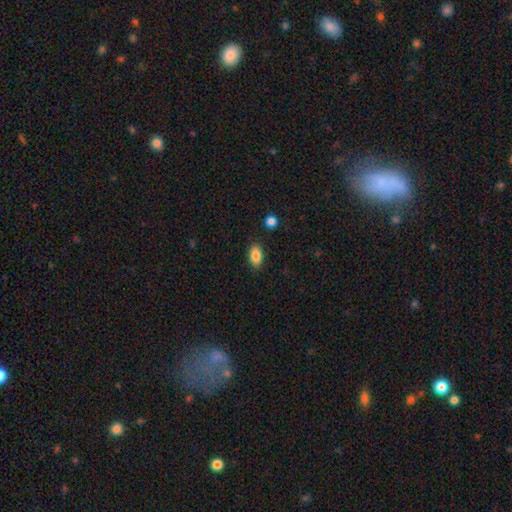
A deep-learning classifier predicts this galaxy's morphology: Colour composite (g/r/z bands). It shows a smooth galaxy with no disk features (87%) that is in between round and cigar-shaped (90%). Merging: none (87%).